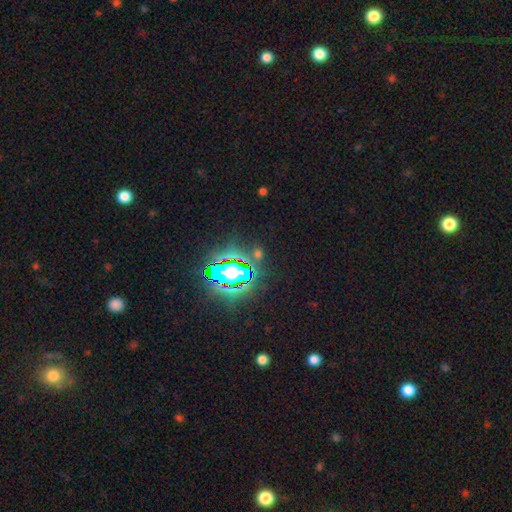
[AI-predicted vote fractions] This is likely a star or artifact rather than a galaxy (72%).